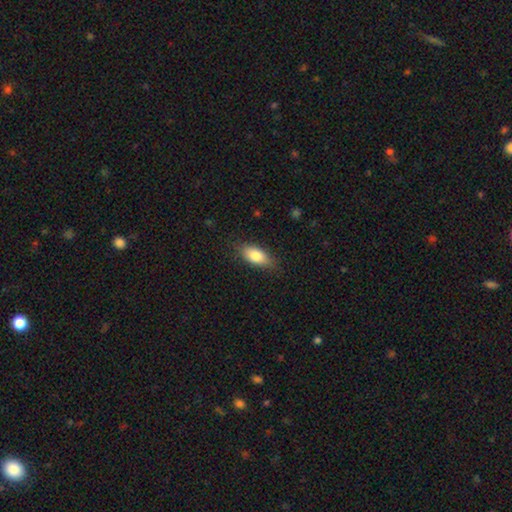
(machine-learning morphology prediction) smooth_or_featured: smooth (p=0.81) [alt: featured or disk p=0.12]
how_rounded: in between (p=0.84) [alt: cigar-shaped p=0.12]
merging: none (p=0.80) [alt: minor disturbance p=0.15]